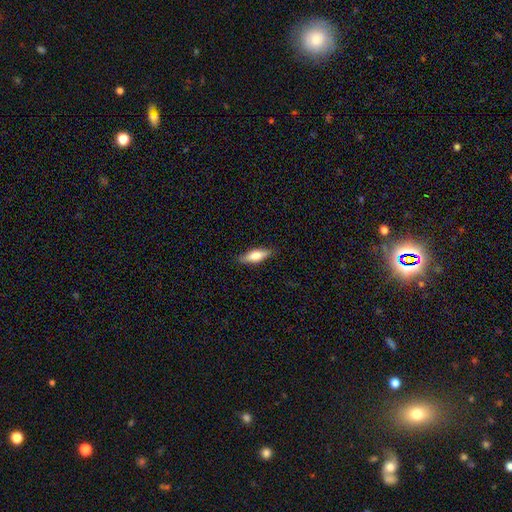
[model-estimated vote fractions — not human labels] A smooth galaxy with no disk features (71%) that is in between round and cigar-shaped (56%).

Vote fractions:
- Smooth or featured? smooth: 71% / featured or disk: 24% / star or artifact: 6%
- How rounded? in between: 56% / cigar-shaped: 41% / round: 2%
- Merging? none: 85% / minor disturbance: 12% / major disturbance: 2% / merger: 1%